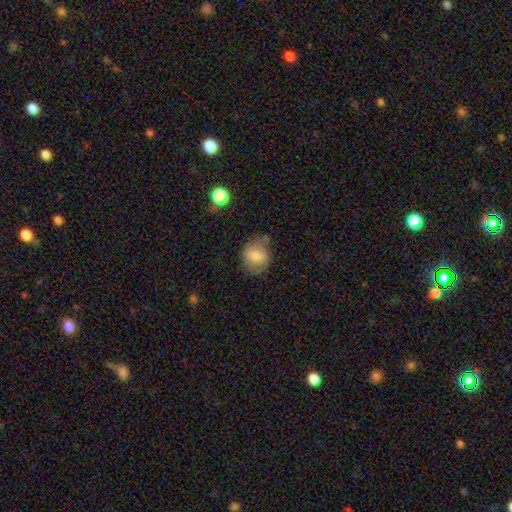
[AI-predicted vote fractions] This appears to be a smooth galaxy with no disk features (76%) that is round (69%). Merging: none (63%).